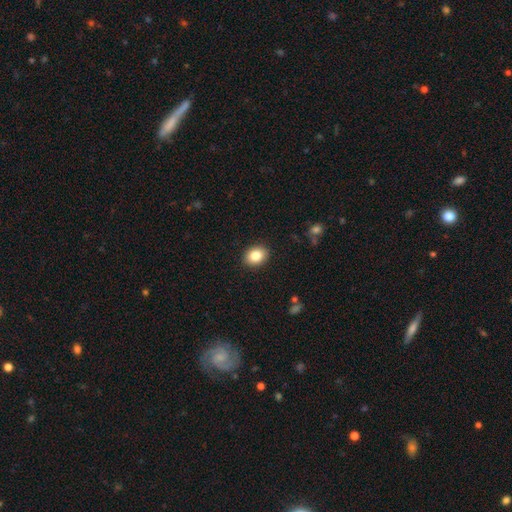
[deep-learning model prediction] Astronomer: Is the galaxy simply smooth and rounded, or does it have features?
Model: smooth — 85%.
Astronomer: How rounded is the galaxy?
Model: in between — 58% (runner-up: round, 41%).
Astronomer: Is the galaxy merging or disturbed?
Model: none — 90%.